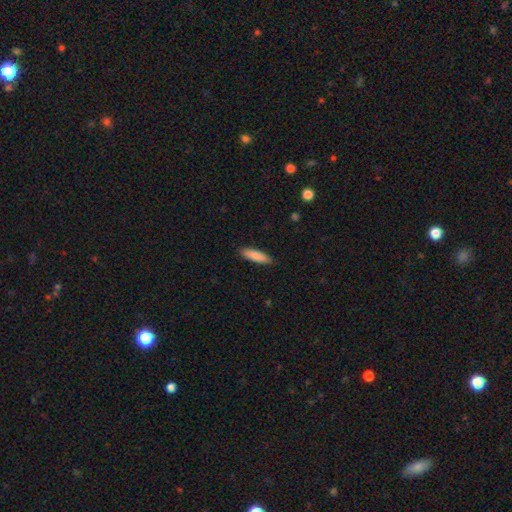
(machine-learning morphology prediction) smooth 84%, featured or disk 11%, star or artifact 6%. Down the decision tree: how rounded — cigar-shaped (66%); merging — none (89%).